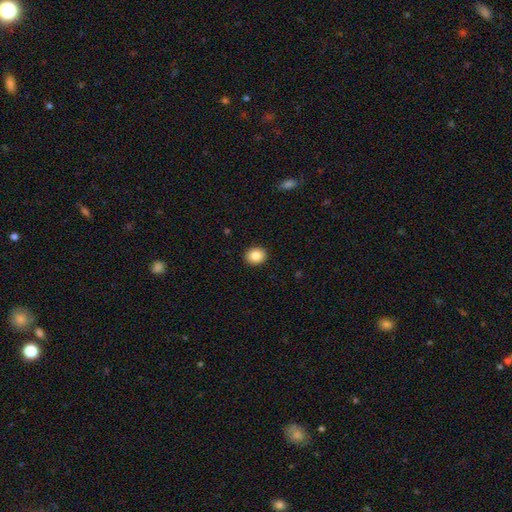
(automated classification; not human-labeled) smooth_or_featured: smooth (p=0.87) [alt: star or artifact p=0.09]
how_rounded: round (p=0.70) [alt: in between p=0.30]
merging: none (p=0.92) [alt: minor disturbance p=0.05]